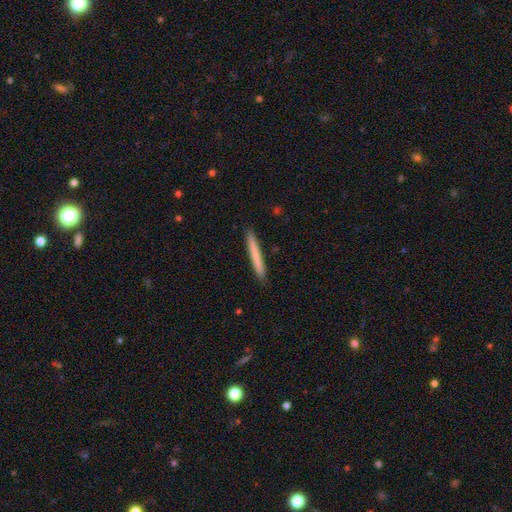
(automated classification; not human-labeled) smooth-or-featured: smooth: 74% | featured or disk: 21% | star or artifact: 6%
  how-rounded: cigar-shaped: 97% | in between: 2% | round: 1%
  merging: none: 91% | minor disturbance: 6% | major disturbance: 1% | merger: 1%